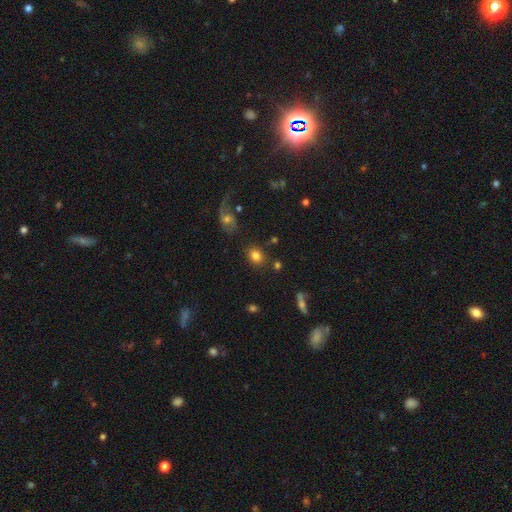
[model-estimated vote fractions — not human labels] Smooth or featured? smooth (80%)
How rounded? in between (51%)
Merging? none (80%)